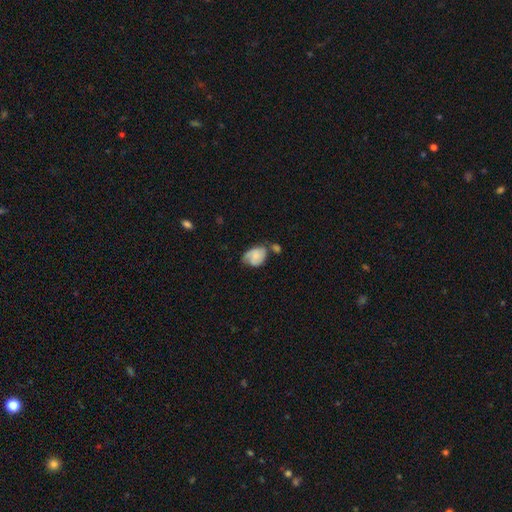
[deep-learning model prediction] Q: Smooth or featured?
A: smooth (53%); runner-up: featured or disk (39%)
Q: How rounded?
A: in between (71%); runner-up: round (28%)
Q: Merging?
A: none (33%); runner-up: minor disturbance (30%)